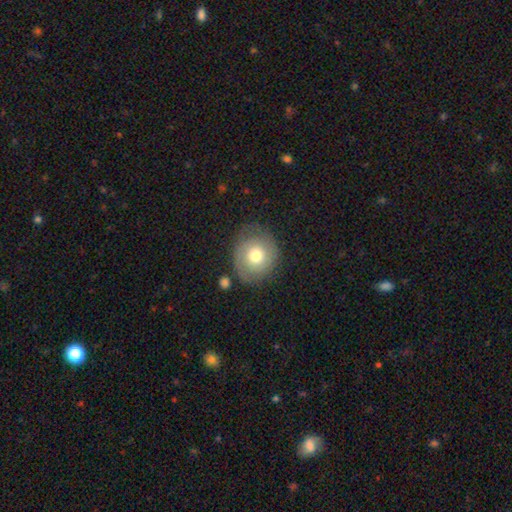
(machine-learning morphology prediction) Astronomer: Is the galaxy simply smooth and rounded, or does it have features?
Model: smooth — 64%.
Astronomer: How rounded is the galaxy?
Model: round — 76%.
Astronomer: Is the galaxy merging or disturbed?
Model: none — 70%.